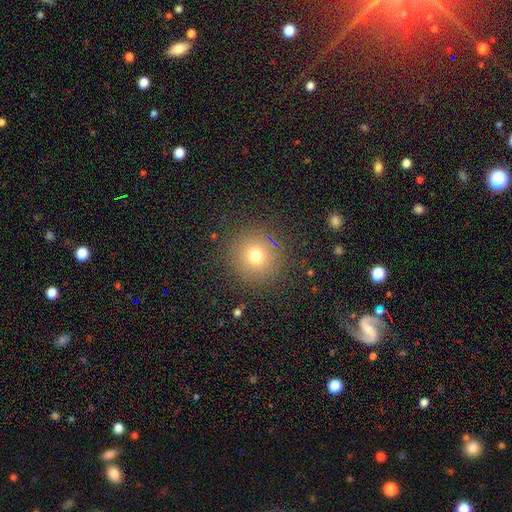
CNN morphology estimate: This appears to be a smooth galaxy with no disk features (72%) that is round (94%). Merging: none (88%).